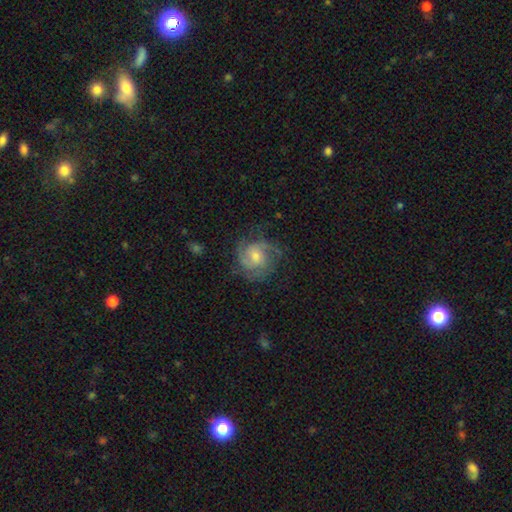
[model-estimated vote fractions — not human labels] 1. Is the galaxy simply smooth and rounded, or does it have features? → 77% featured or disk, 16% smooth, 7% star or artifact.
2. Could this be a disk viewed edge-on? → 98% no, 2% yes.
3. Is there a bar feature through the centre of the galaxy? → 65% no, 30% weak, 5% strong.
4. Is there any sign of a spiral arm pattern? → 94% yes, 6% no.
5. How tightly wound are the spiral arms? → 45% tight, 43% medium, 12% loose.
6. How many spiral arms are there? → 33% 2, 32% 3, 20% can't tell, 6% 4, 5% 1, 4% more than 4.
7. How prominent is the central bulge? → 49% moderate, 45% small, 3% large, 2% none, 1% dominant.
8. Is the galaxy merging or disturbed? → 71% none, 19% minor disturbance, 10% major disturbance, 1% merger.